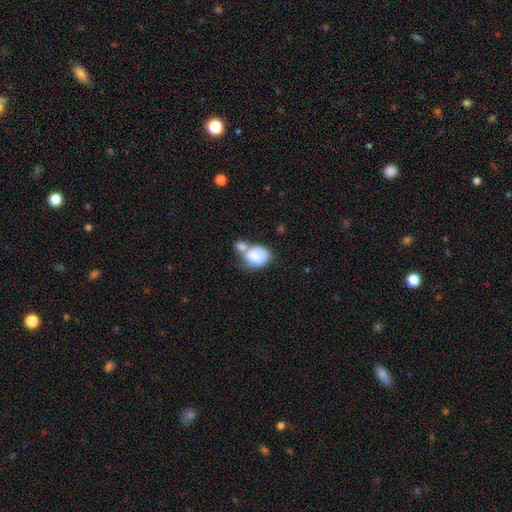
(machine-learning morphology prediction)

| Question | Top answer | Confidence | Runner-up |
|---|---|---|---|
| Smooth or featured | smooth | 79% | featured or disk (14%) |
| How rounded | in between | 64% | round (35%) |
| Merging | merger | 57% | none (22%) |